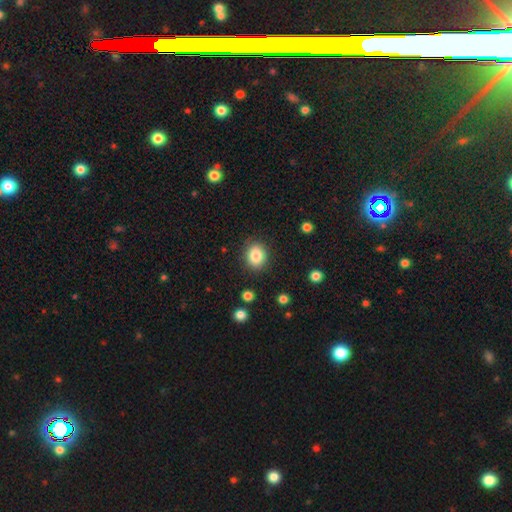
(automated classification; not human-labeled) Overall: smooth (84%). How rounded: round (59%; in between 40%). Merging: none (87%).